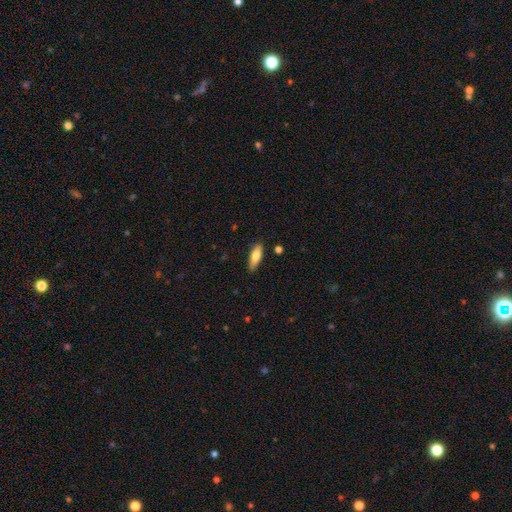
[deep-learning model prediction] smooth-or-featured: smooth: 74% | featured or disk: 20% | star or artifact: 6%
  how-rounded: in between: 59% | cigar-shaped: 39% | round: 2%
  merging: none: 86% | minor disturbance: 11% | major disturbance: 2% | merger: 2%